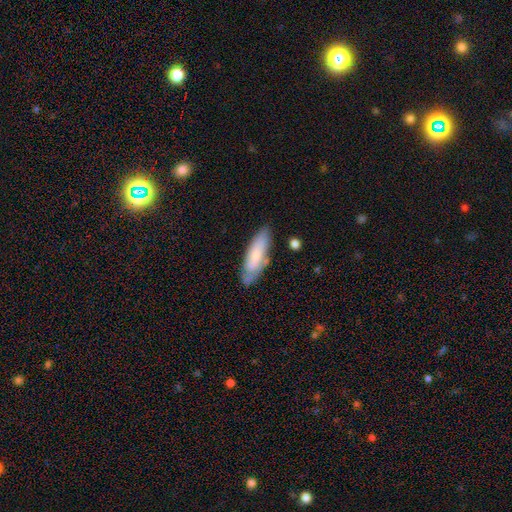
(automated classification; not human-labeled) smooth_or_featured: smooth (p=0.67) [alt: featured or disk p=0.27]
how_rounded: in between (p=0.52) [alt: cigar-shaped p=0.46]
merging: none (p=0.69) [alt: minor disturbance p=0.22]